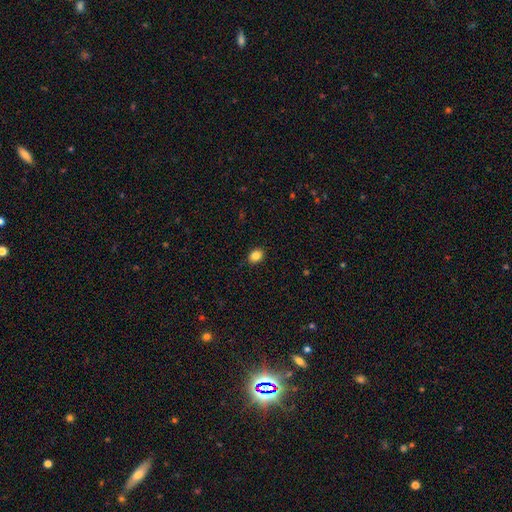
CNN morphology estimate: Q: Smooth or featured?
A: smooth (85%); runner-up: star or artifact (10%)
Q: How rounded?
A: in between (53%); runner-up: round (46%)
Q: Merging?
A: none (89%); runner-up: minor disturbance (8%)